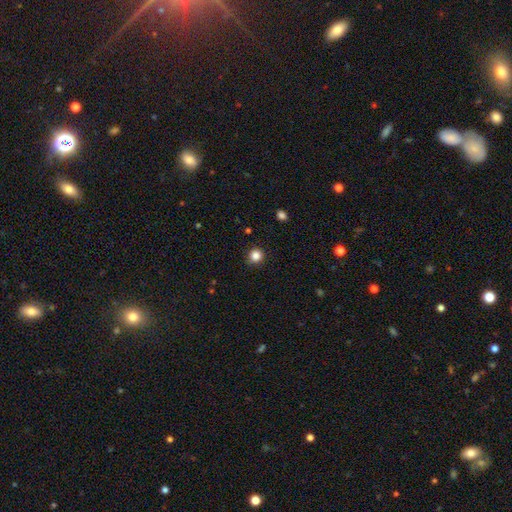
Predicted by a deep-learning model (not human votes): This appears to be a smooth galaxy with no disk features (85%) that is round (91%). Merging: none (87%).